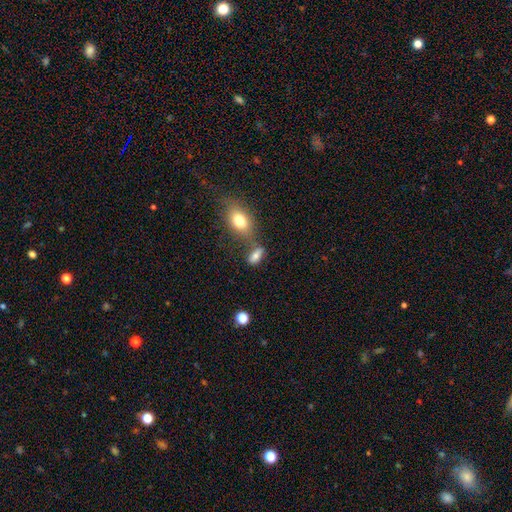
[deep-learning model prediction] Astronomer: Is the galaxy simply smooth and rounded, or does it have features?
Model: smooth — 76%.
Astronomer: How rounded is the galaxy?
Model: in between — 80%.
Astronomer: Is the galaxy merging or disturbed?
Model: none — 55%.